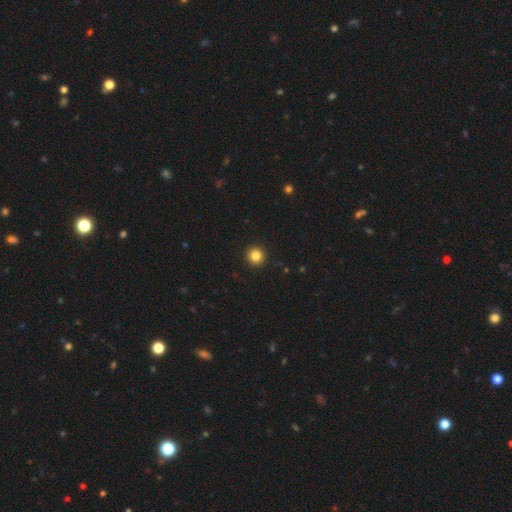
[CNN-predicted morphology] Smooth or featured? smooth (84%)
How rounded? round (95%)
Merging? none (94%)